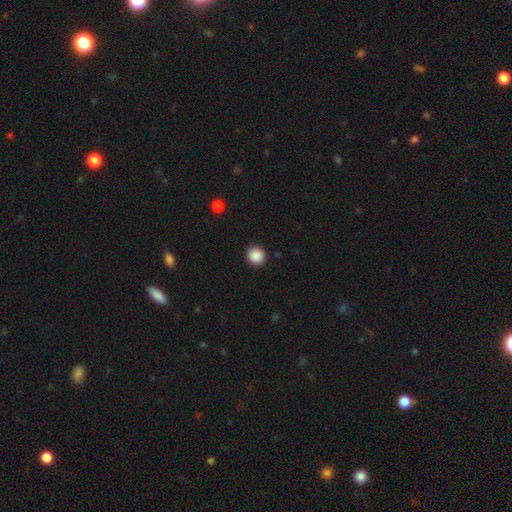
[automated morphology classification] This is clearly a smooth galaxy (88%). How rounded: clearly round (92%). Merging: clearly none (92%).